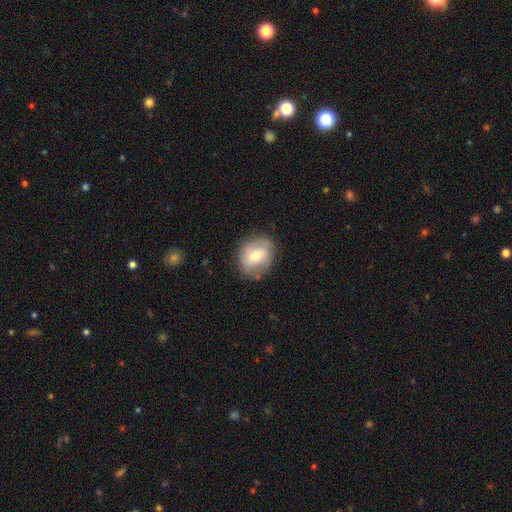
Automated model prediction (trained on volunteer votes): Smooth or featured?
  - smooth: 56% *
  - featured or disk: 36%
  - star or artifact: 8%
How rounded?
  - round: 65% *
  - in between: 34%
  - cigar-shaped: 1%
Merging?
  - none: 77% *
  - minor disturbance: 17%
  - major disturbance: 5%
  - merger: 2%